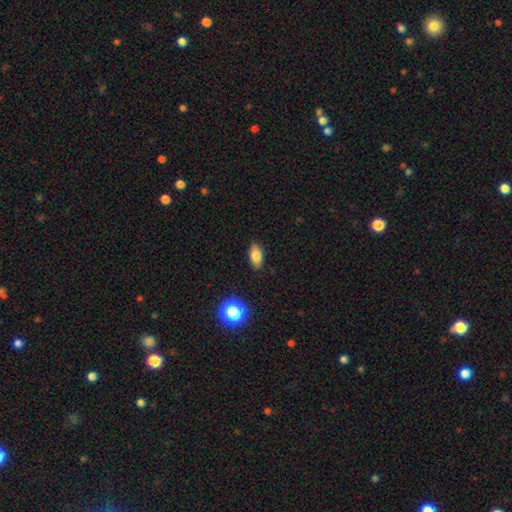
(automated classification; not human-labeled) Overall: smooth (81%). How rounded: in between (87%). Merging: none (88%).